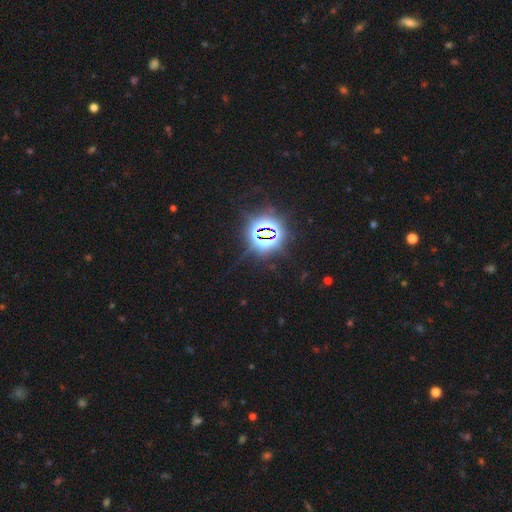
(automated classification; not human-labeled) A star or artifact, not a galaxy (85%).

Vote fractions:
- Smooth or featured? star or artifact: 85% / smooth: 10% / featured or disk: 5%